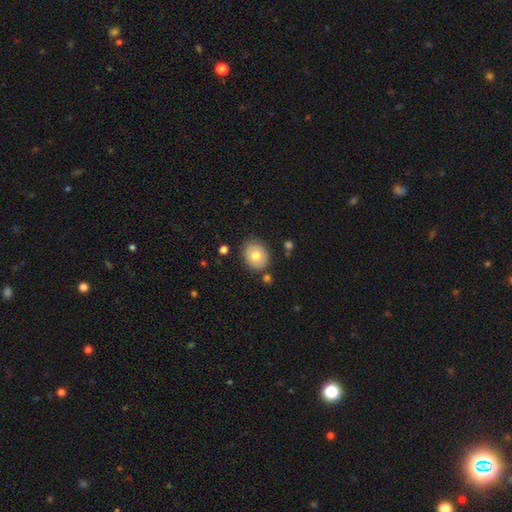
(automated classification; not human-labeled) smooth_or_featured: smooth (p=0.75) [alt: featured or disk p=0.17]
how_rounded: round (p=0.55) [alt: in between p=0.45]
merging: none (p=0.82) [alt: minor disturbance p=0.11]